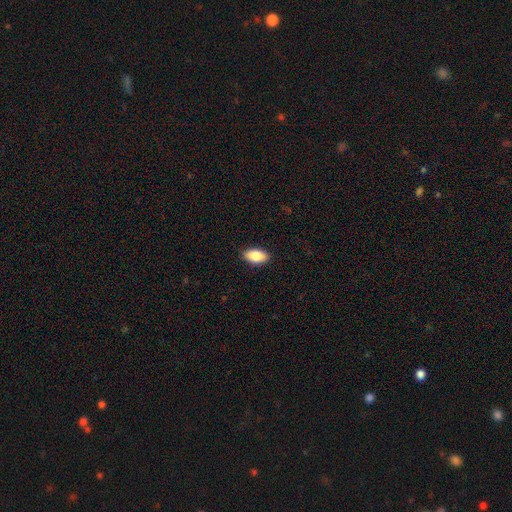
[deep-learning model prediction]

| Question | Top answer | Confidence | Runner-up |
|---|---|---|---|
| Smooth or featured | smooth | 86% | featured or disk (8%) |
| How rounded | in between | 93% | cigar-shaped (4%) |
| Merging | none | 89% | minor disturbance (8%) |